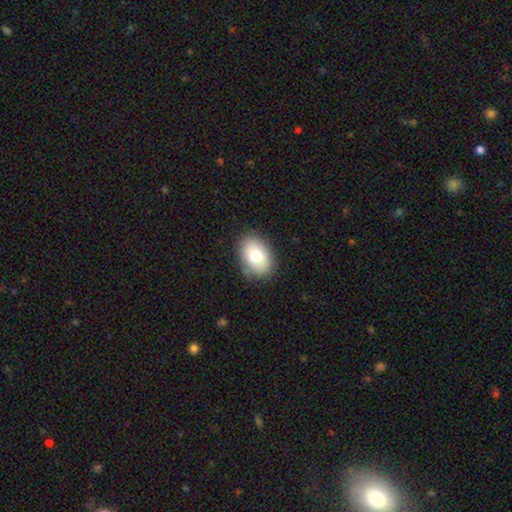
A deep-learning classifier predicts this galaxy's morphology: A smooth galaxy with no disk features (77%) that is in between round and cigar-shaped (82%). Merging: none (85%).